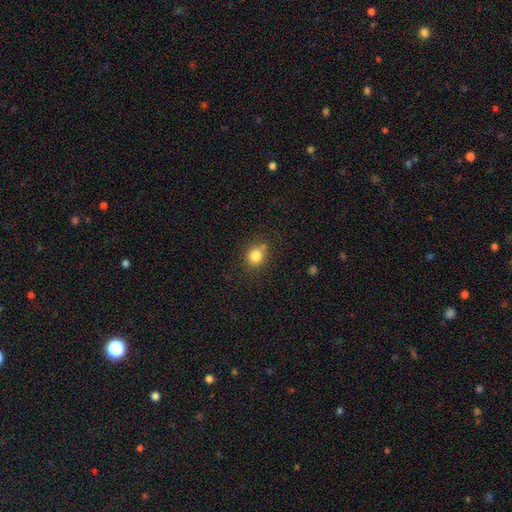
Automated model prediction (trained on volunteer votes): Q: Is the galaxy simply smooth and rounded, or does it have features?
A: smooth — 81%.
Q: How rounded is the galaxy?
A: round — 62%.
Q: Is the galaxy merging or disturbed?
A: none — 69%.